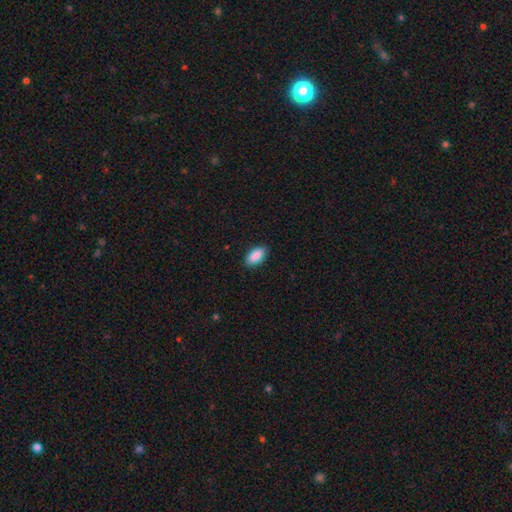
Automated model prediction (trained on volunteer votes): Smooth or featured? smooth (89%)
How rounded? in between (92%)
Merging? none (87%)